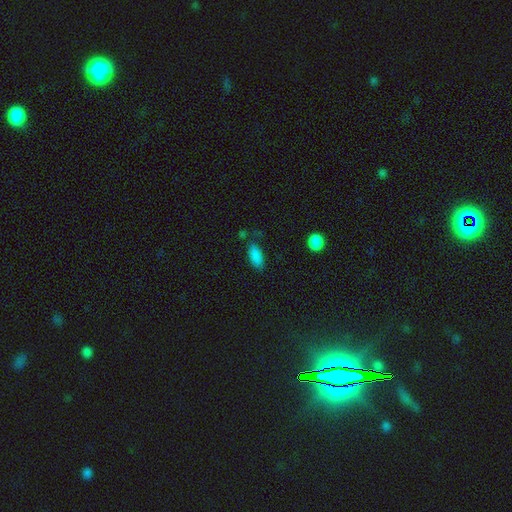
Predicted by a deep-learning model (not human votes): This appears to be a smooth galaxy with no disk features (87%) that is in between round and cigar-shaped (84%). Merging: none (73%).